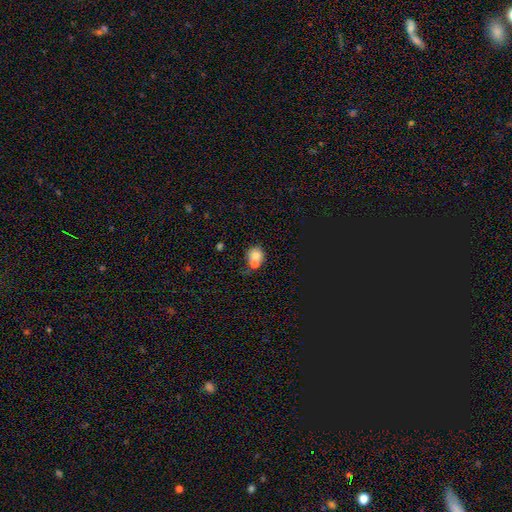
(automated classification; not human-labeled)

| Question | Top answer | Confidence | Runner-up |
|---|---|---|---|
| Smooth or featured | smooth | 72% | featured or disk (16%) |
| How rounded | round | 76% | in between (23%) |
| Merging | merger | 51% | none (33%) |